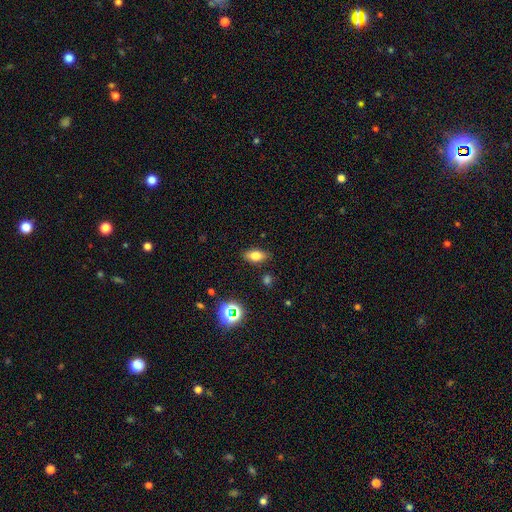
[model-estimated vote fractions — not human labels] Smooth or featured: smooth — 74% (star or artifact — 14%)
How rounded: in between — 86% (round — 8%)
Merging: none — 86% (minor disturbance — 10%)